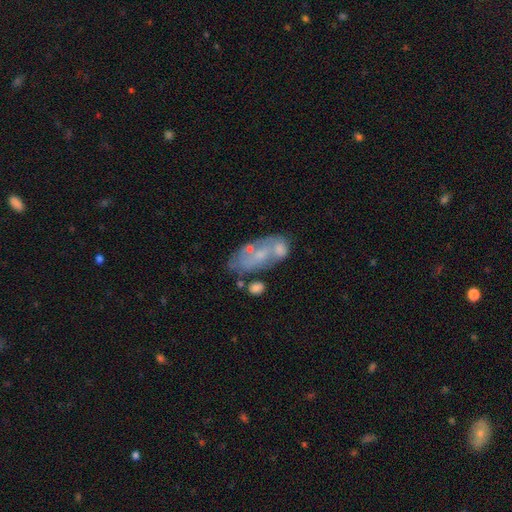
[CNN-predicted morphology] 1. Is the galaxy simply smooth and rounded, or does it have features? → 59% featured or disk, 28% smooth, 13% star or artifact.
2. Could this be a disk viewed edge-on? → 91% no, 9% yes.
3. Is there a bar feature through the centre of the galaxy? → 73% no, 20% weak, 6% strong.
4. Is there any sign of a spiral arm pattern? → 58% no, 42% yes.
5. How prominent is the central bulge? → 55% small, 22% none, 19% moderate, 2% large, 1% dominant.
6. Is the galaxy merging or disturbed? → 50% none, 21% merger, 18% minor disturbance, 10% major disturbance.